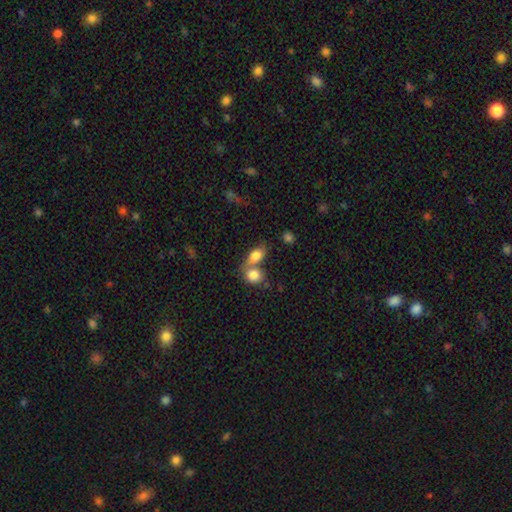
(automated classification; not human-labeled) A smooth galaxy with no disk features (81%) that is in between round and cigar-shaped (74%).

Vote fractions:
- Smooth or featured? smooth: 81% / featured or disk: 11% / star or artifact: 8%
- How rounded? in between: 74% / round: 23% / cigar-shaped: 3%
- Merging? merger: 59% / none: 29% / minor disturbance: 8% / major disturbance: 4%